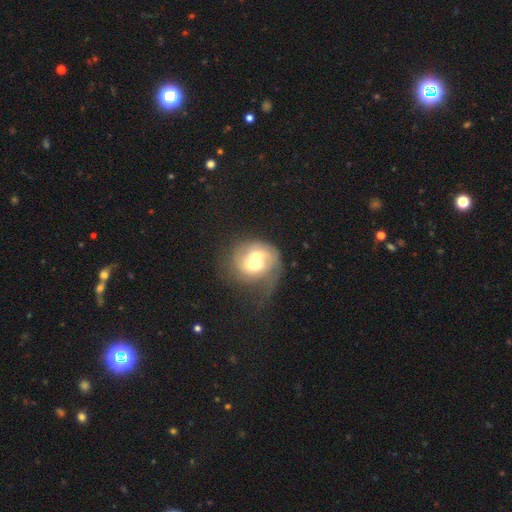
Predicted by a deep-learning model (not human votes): Smooth or featured?
  - featured or disk: 50% *
  - smooth: 42%
  - star or artifact: 8%
Merging?
  - merger: 59% *
  - none: 18%
  - major disturbance: 13%
  - minor disturbance: 10%